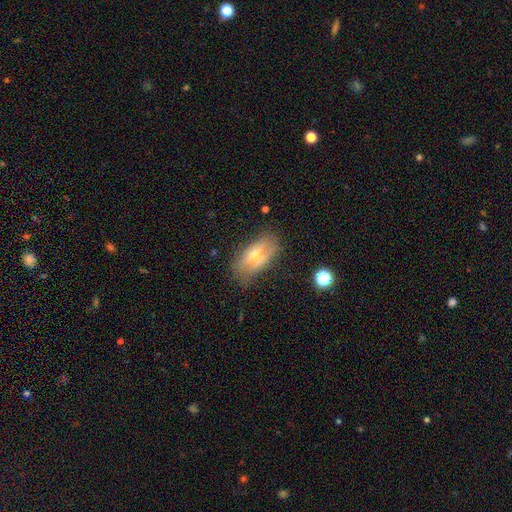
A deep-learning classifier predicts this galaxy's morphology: A smooth galaxy with no disk features (47%). Merging: none (66%).